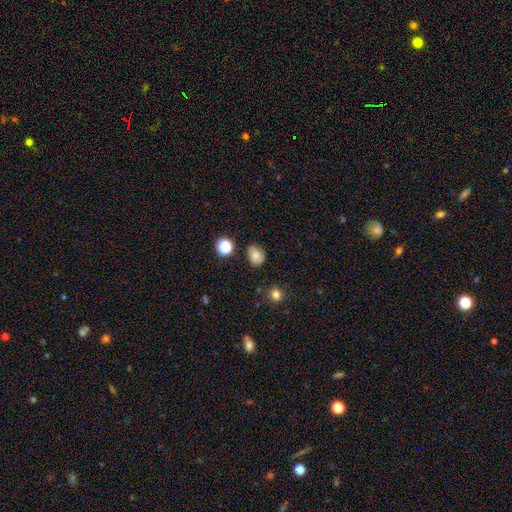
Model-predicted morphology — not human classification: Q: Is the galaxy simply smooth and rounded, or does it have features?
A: smooth — 74%.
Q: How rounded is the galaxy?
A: in between — 52%.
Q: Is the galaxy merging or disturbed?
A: none — 74%.